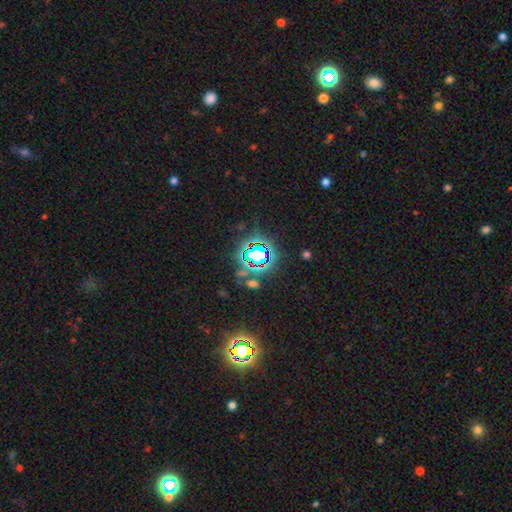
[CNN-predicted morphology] This is likely a star or artifact rather than a galaxy (74%).